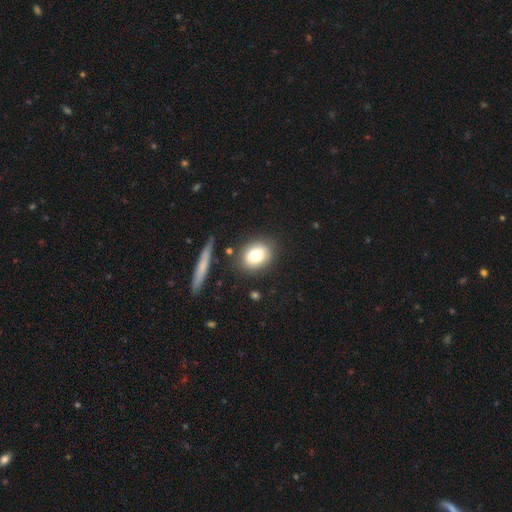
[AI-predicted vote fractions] A smooth galaxy with no disk features (76%) that is in between round and cigar-shaped (50%).

Vote fractions:
- Smooth or featured? smooth: 76% / featured or disk: 14% / star or artifact: 10%
- How rounded? in between: 50% / round: 48% / cigar-shaped: 2%
- Merging? none: 80% / minor disturbance: 12% / merger: 5% / major disturbance: 4%